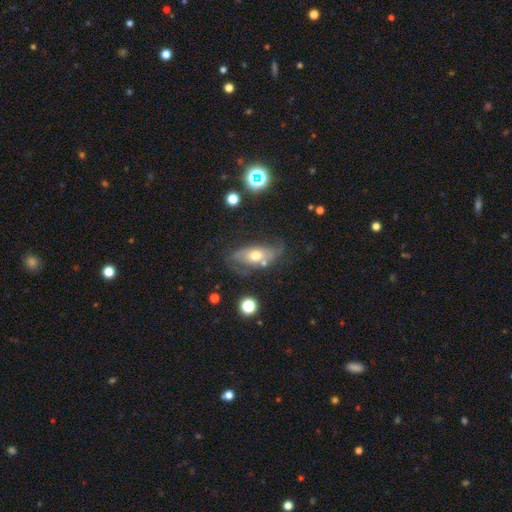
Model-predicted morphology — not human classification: Q: Smooth or featured?
A: featured or disk (51%); runner-up: smooth (40%)
Q: Edge-on disk?
A: no (83%); runner-up: yes (17%)
Q: Merging?
A: none (51%); runner-up: minor disturbance (26%)